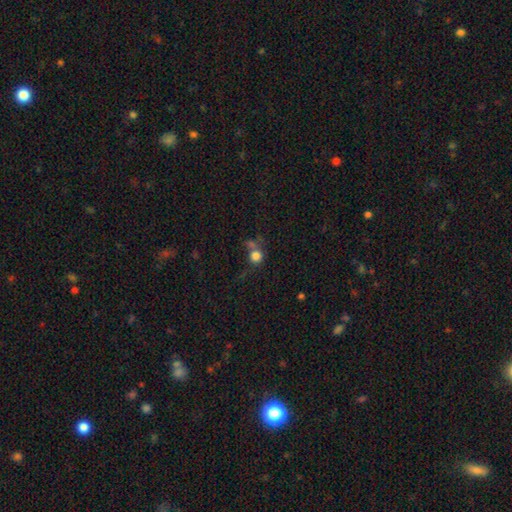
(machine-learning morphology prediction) A smooth galaxy with no disk features (78%) that is round (86%).

Vote fractions:
- Smooth or featured? smooth: 78% / star or artifact: 14% / featured or disk: 9%
- How rounded? round: 86% / in between: 13% / cigar-shaped: 1%
- Merging? none: 48% / merger: 28% / minor disturbance: 13% / major disturbance: 11%